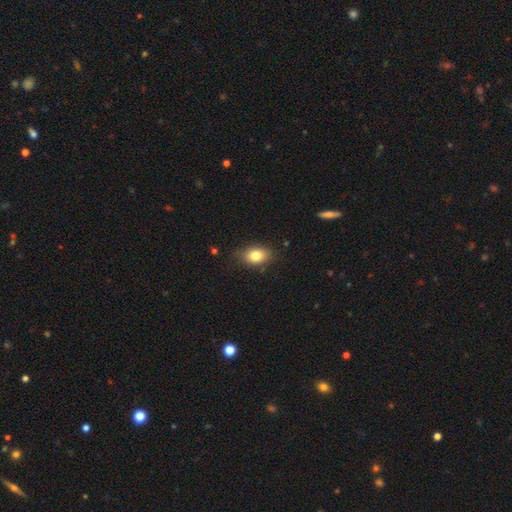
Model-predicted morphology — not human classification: This appears to be a smooth galaxy with no disk features (81%) that is in between round and cigar-shaped (80%). Merging: none (80%).